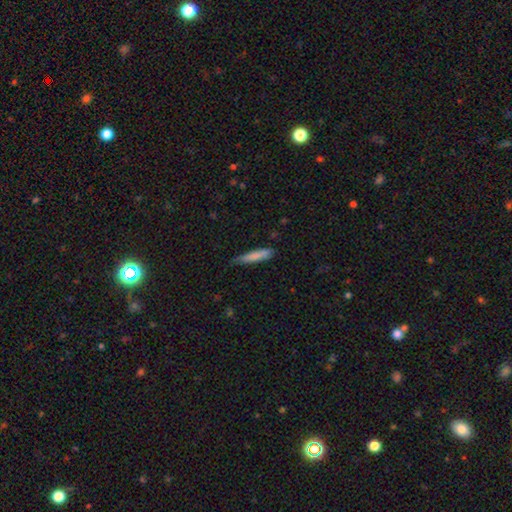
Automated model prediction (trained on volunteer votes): The model was most divided on "merging": none: 64%, minor disturbance: 30%, major disturbance: 5%, merger: 2%. More confident: how rounded — cigar-shaped (87%); smooth or featured — smooth (81%).